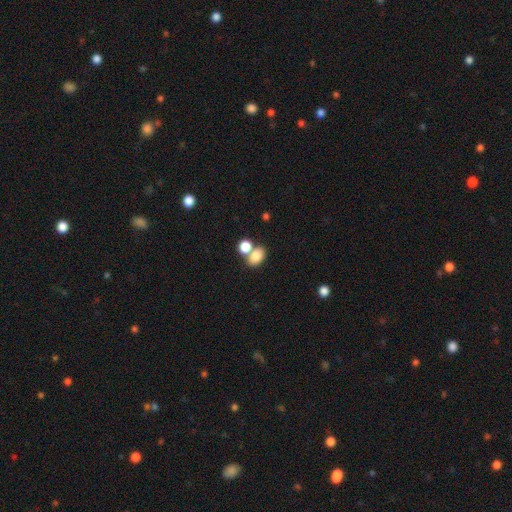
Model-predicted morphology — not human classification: A smooth galaxy with no disk features (82%) that is in between round and cigar-shaped (76%). Merging: none (44%).